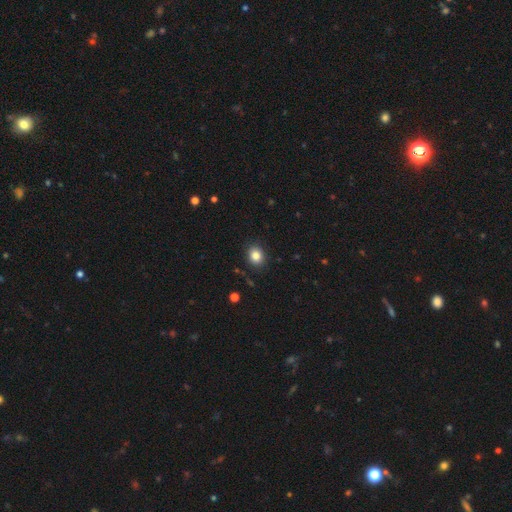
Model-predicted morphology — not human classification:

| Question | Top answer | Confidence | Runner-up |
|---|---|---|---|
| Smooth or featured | smooth | 84% | star or artifact (10%) |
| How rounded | round | 66% | in between (33%) |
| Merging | none | 89% | minor disturbance (8%) |